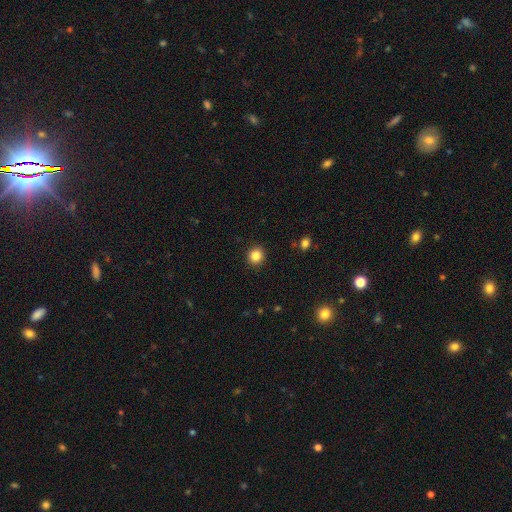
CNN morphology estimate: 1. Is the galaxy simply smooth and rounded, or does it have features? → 84% smooth, 11% star or artifact, 5% featured or disk.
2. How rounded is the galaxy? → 91% round, 8% in between, 1% cigar-shaped.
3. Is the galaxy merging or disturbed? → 92% none, 5% minor disturbance, 2% major disturbance, 1% merger.